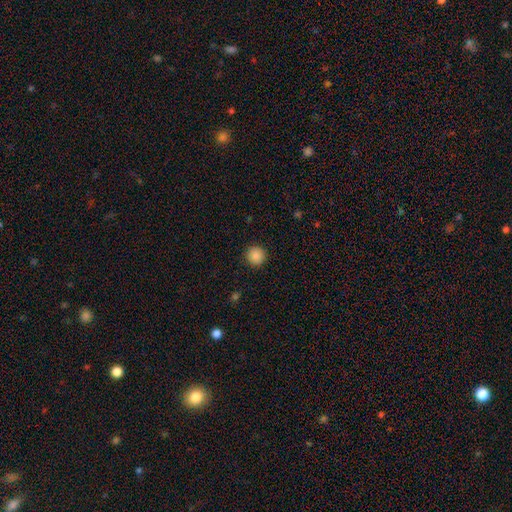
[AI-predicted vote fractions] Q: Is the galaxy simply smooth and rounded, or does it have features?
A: smooth — 87%.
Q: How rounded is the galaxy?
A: round — 95%.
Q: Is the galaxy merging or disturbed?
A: none — 92%.